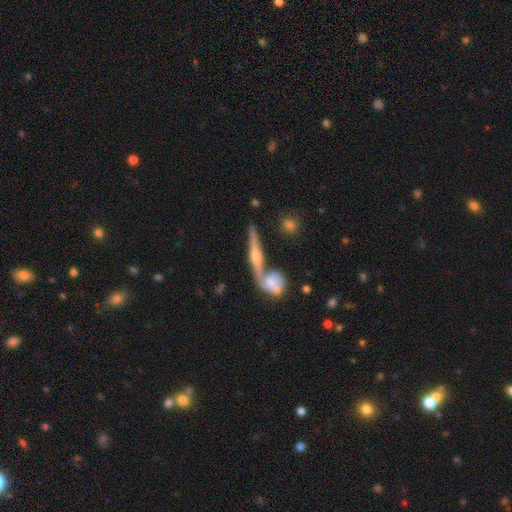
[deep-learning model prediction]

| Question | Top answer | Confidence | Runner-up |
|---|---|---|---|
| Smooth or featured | featured or disk | 68% | smooth (25%) |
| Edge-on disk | yes | 91% | no (9%) |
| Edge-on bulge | rounded | 78% | boxy (12%) |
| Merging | none | 48% | merger (37%) |